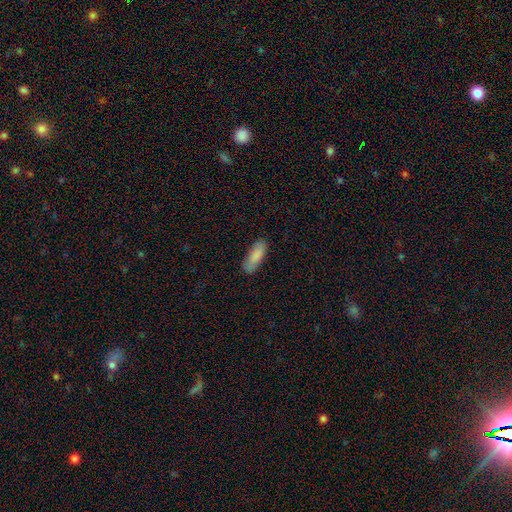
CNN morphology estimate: Smooth or featured? Predicted: smooth (p=0.87). How rounded? Predicted: in between (p=0.64). Merging? Predicted: none (p=0.82).